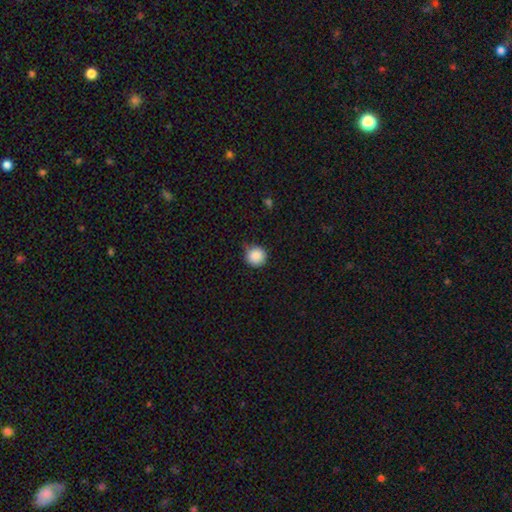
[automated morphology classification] Smooth or featured? smooth (88%)
How rounded? round (95%)
Merging? none (78%)